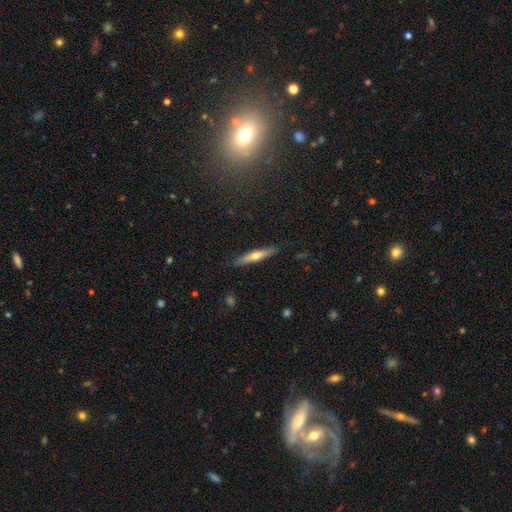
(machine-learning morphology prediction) smooth-or-featured: featured or disk: 50% | smooth: 44% | star or artifact: 6%
  merging: none: 88% | minor disturbance: 9% | major disturbance: 2% | merger: 1%